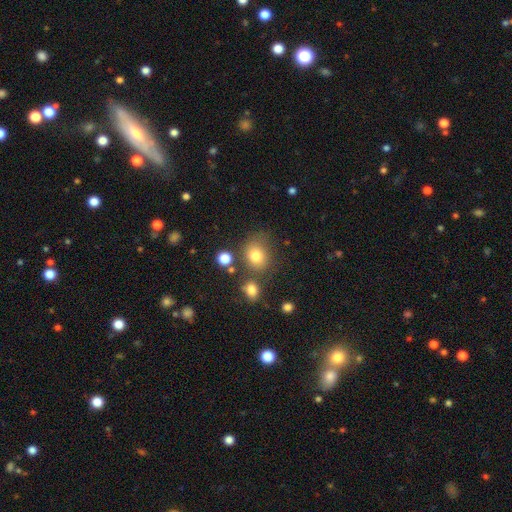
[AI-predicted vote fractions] Overall: smooth (78%). How rounded: round (61%; in between 38%). Merging: none (64%).